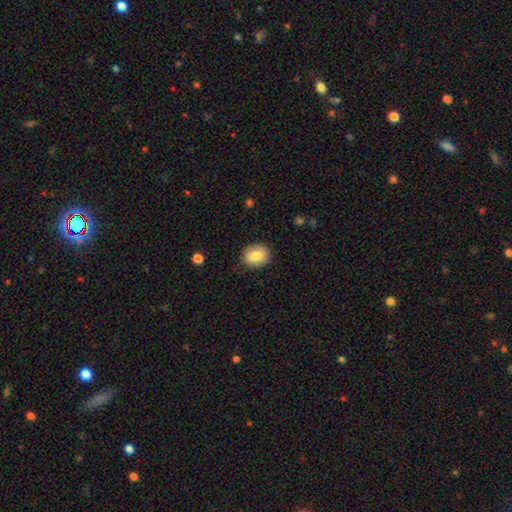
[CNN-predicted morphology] Overall: smooth (83%). How rounded: round (56%; in between 44%). Merging: none (86%).